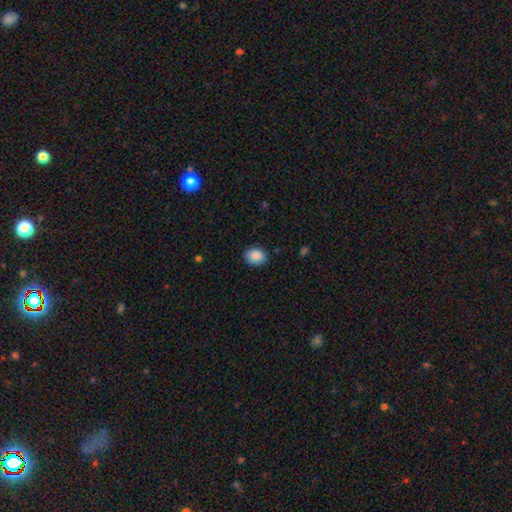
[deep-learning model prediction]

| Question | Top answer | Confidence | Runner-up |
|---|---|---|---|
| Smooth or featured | smooth | 88% | star or artifact (8%) |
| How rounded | round | 52% | in between (47%) |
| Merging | none | 88% | minor disturbance (9%) |